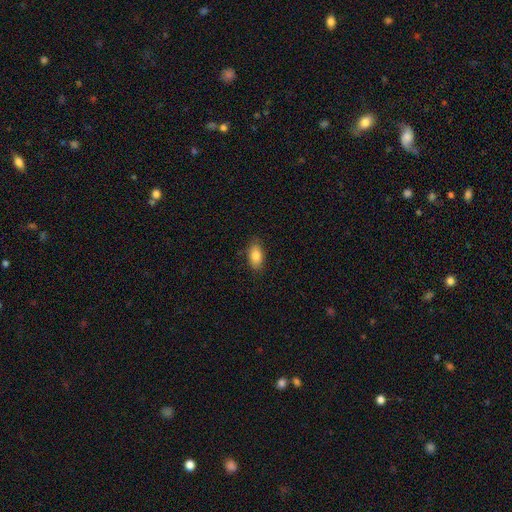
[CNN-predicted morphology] smooth-or-featured: smooth: 84% | featured or disk: 9% | star or artifact: 7%
  how-rounded: in between: 91% | round: 5% | cigar-shaped: 4%
  merging: none: 84% | minor disturbance: 12% | major disturbance: 3% | merger: 1%